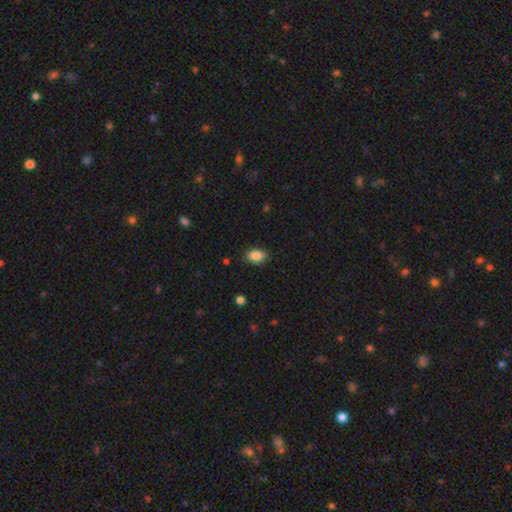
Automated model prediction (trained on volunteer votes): Smooth or featured?
  - smooth: 88% *
  - star or artifact: 8%
  - featured or disk: 4%
How rounded?
  - in between: 87% *
  - round: 11%
  - cigar-shaped: 1%
Merging?
  - none: 85% *
  - minor disturbance: 11%
  - major disturbance: 3%
  - merger: 1%